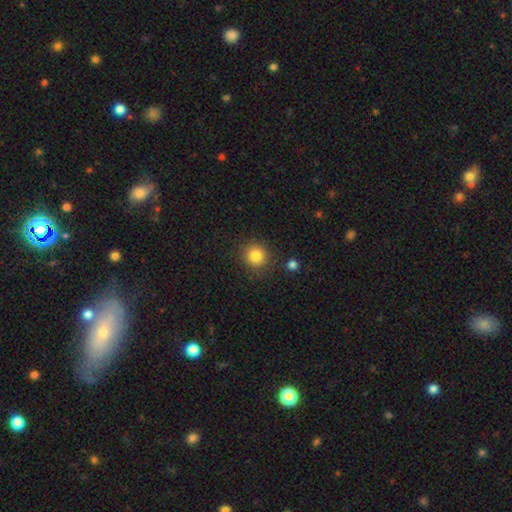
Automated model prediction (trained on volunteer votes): smooth-or-featured: smooth: 85% | star or artifact: 11% | featured or disk: 5%
  how-rounded: round: 90% | in between: 9% | cigar-shaped: 1%
  merging: none: 85% | minor disturbance: 9% | major disturbance: 3% | merger: 3%